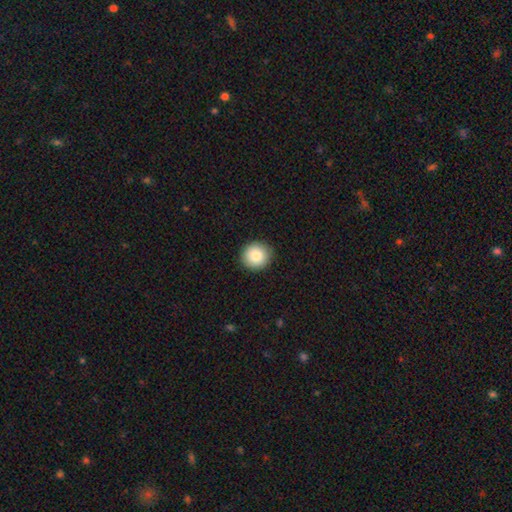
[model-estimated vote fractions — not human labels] smooth 86%, star or artifact 8%, featured or disk 6%. Down the decision tree: how rounded — round (92%); merging — none (92%).